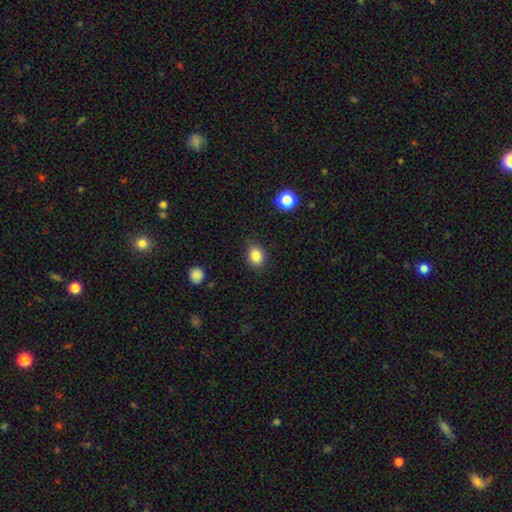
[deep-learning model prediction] smooth 84%, star or artifact 10%, featured or disk 5%. Down the decision tree: how rounded — round (57%); merging — none (84%).